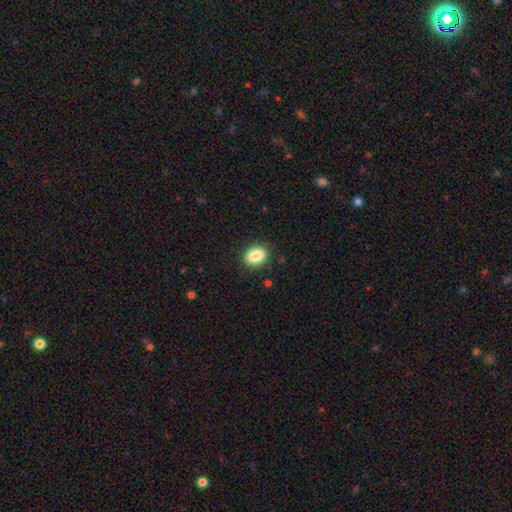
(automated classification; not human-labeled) The model was most divided on "how rounded": in between: 69%, round: 30%, cigar-shaped: 1%. More confident: merging — none (88%); smooth or featured — smooth (87%).